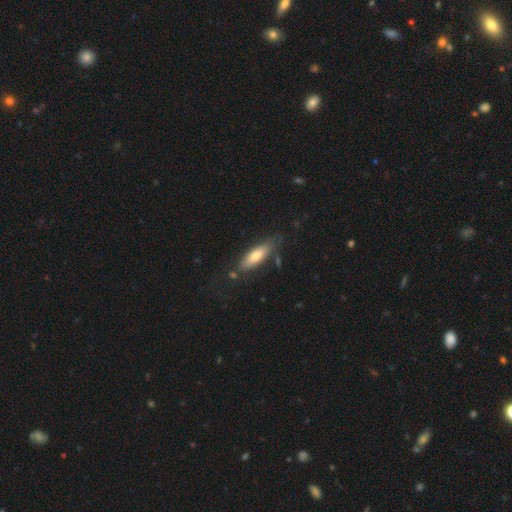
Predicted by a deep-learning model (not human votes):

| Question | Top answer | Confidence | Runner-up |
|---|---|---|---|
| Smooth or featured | smooth | 69% | featured or disk (25%) |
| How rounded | cigar-shaped | 51% | in between (48%) |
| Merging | none | 71% | minor disturbance (19%) |